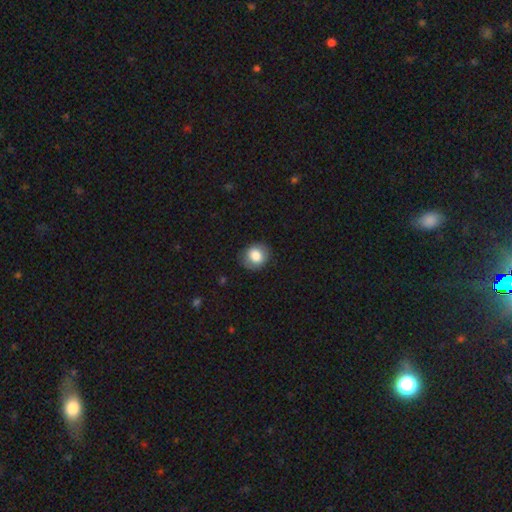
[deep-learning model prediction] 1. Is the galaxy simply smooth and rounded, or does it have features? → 80% smooth, 12% featured or disk, 8% star or artifact.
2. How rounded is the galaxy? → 71% round, 28% in between, 1% cigar-shaped.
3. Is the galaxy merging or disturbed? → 81% none, 14% minor disturbance, 4% major disturbance, 1% merger.